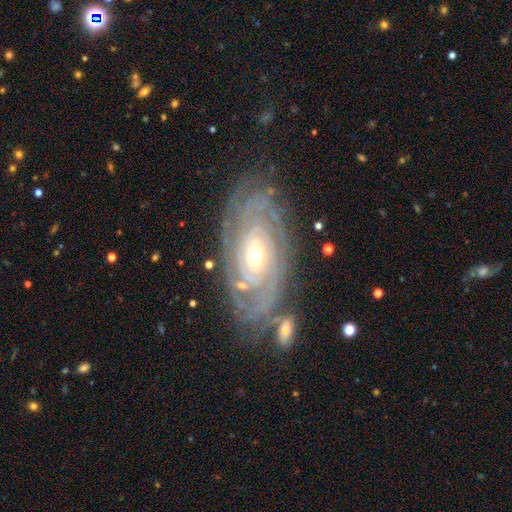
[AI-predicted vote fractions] Smooth or featured?
  - featured or disk: 86% *
  - smooth: 8%
  - star or artifact: 6%
Edge-on disk?
  - no: 94% *
  - yes: 6%
Bar?
  - no: 73% *
  - weak: 19%
  - strong: 7%
Spiral arms?
  - yes: 94% *
  - no: 6%
Spiral winding?
  - tight: 82% *
  - medium: 14%
  - loose: 4%
Spiral arm count?
  - can't tell: 42% *
  - 3: 14%
  - 4: 13%
  - 2: 13%
  - more than 4: 13%
  - 1: 6%
Bulge size?
  - moderate: 51% *
  - small: 43%
  - large: 4%
  - dominant: 1%
  - none: 1%
Merging?
  - none: 73% *
  - minor disturbance: 16%
  - major disturbance: 7%
  - merger: 5%